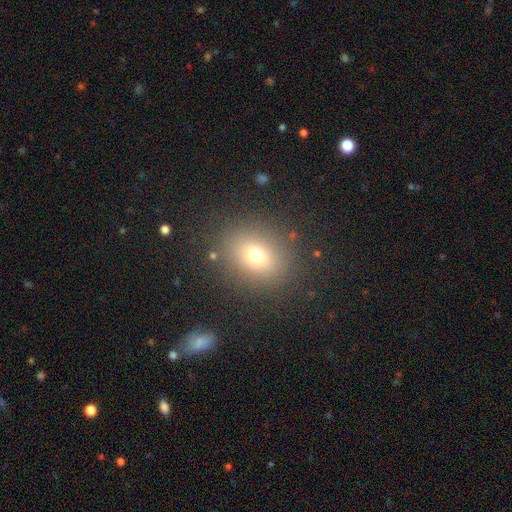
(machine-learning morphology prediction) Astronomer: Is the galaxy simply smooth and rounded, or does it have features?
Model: smooth — 70%.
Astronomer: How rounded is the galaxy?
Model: round — 62%.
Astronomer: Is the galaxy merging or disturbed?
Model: none — 84%.